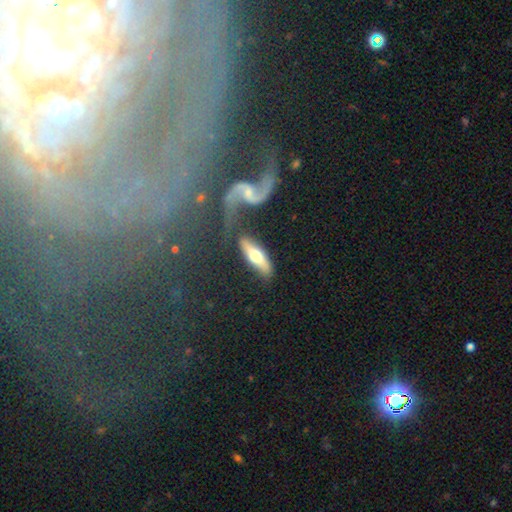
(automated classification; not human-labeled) Overall: smooth (48%; featured or disk 47%). Merging: none (72%).